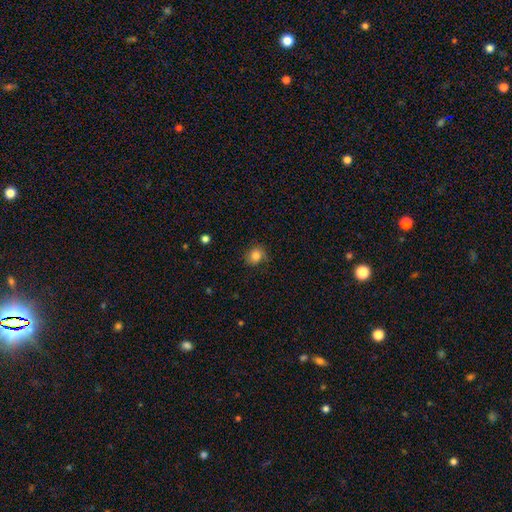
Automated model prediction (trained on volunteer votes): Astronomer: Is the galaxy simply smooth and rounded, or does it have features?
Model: smooth — 81%.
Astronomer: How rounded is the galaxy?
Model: round — 72%.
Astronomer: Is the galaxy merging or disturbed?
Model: none — 74%.